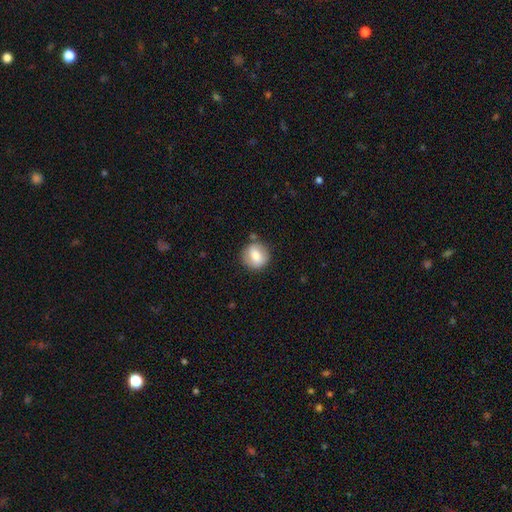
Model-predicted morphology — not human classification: smooth 74%, featured or disk 18%, star or artifact 8%. Down the decision tree: how rounded — round (88%); merging — none (80%).